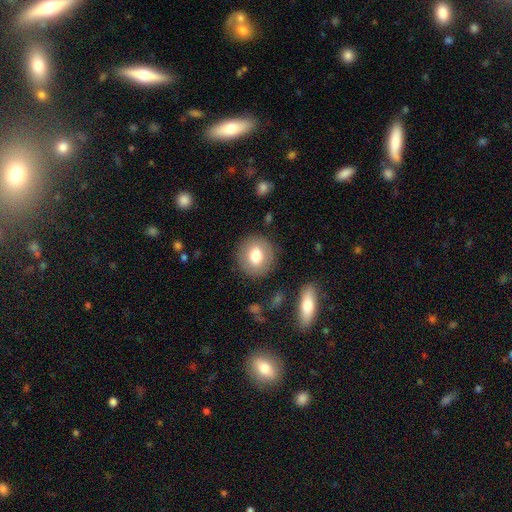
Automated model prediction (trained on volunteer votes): Overall: smooth (74%). How rounded: round (86%). Merging: none (87%).